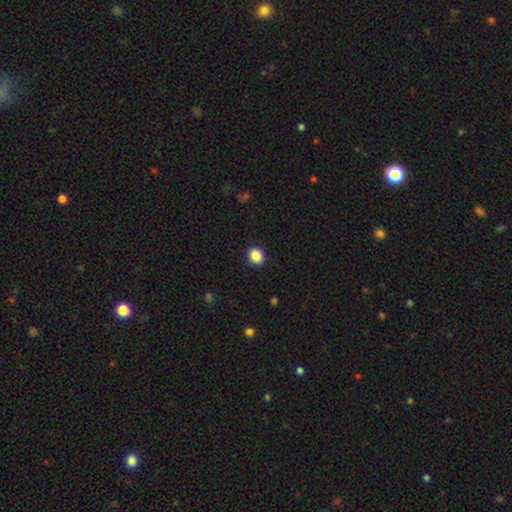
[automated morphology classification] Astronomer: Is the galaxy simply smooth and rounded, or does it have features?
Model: smooth — 88%.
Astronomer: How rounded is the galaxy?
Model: round — 74%.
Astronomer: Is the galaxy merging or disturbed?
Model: none — 91%.